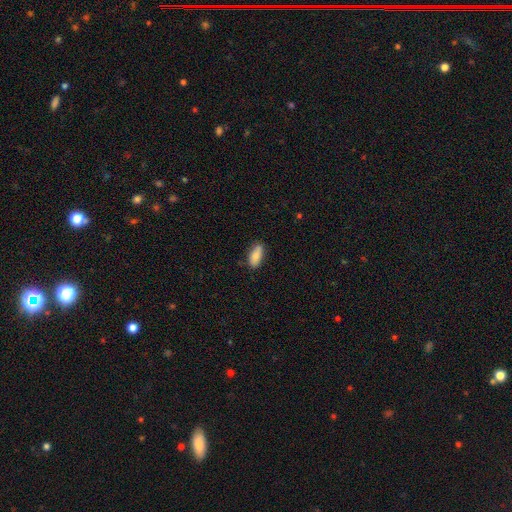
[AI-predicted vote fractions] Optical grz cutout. It shows a smooth galaxy with no disk features (82%) that is in between round and cigar-shaped (84%). Merging: none (75%).